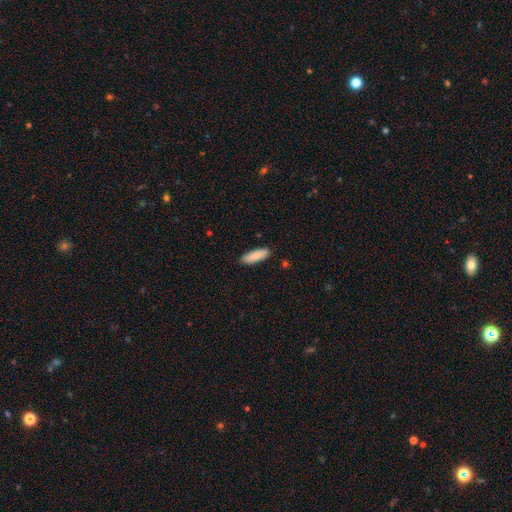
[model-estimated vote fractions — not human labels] Smooth or featured?
  - smooth: 88% *
  - featured or disk: 6%
  - star or artifact: 6%
How rounded?
  - in between: 53% *
  - cigar-shaped: 45%
  - round: 2%
Merging?
  - none: 88% *
  - minor disturbance: 9%
  - major disturbance: 2%
  - merger: 1%